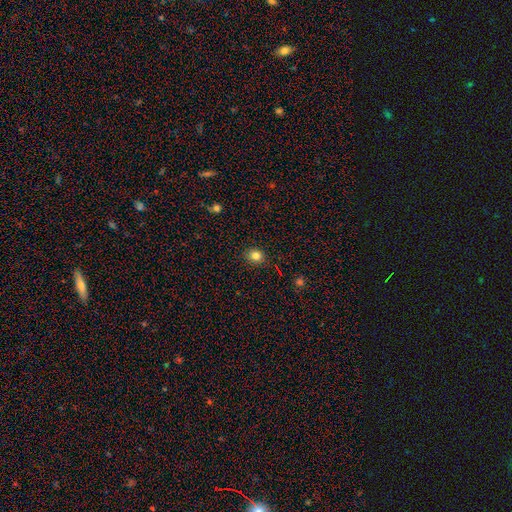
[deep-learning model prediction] smooth 82%, star or artifact 13%, featured or disk 6%. Down the decision tree: how rounded — round (70%); merging — none (88%).